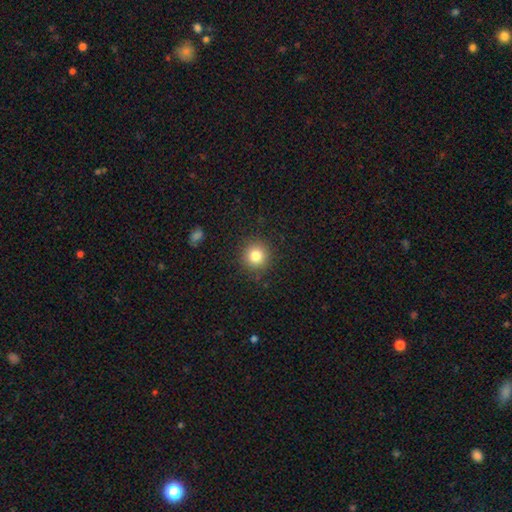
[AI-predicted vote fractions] smooth-or-featured: smooth: 82% | star or artifact: 11% | featured or disk: 7%
  how-rounded: round: 93% | in between: 6% | cigar-shaped: 1%
  merging: none: 89% | minor disturbance: 7% | major disturbance: 2% | merger: 1%